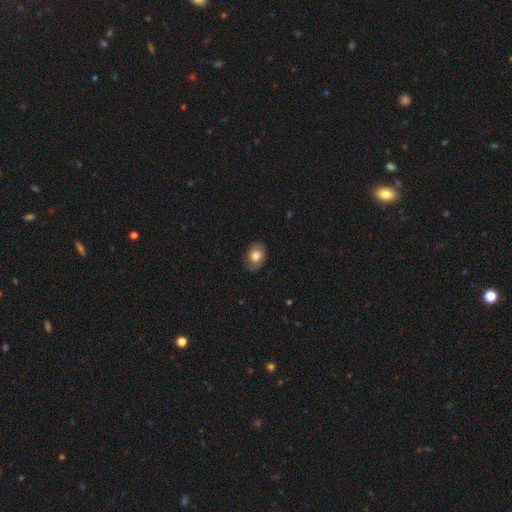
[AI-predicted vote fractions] A smooth galaxy with no disk features (78%) that is in between round and cigar-shaped (72%). Merging: none (81%).